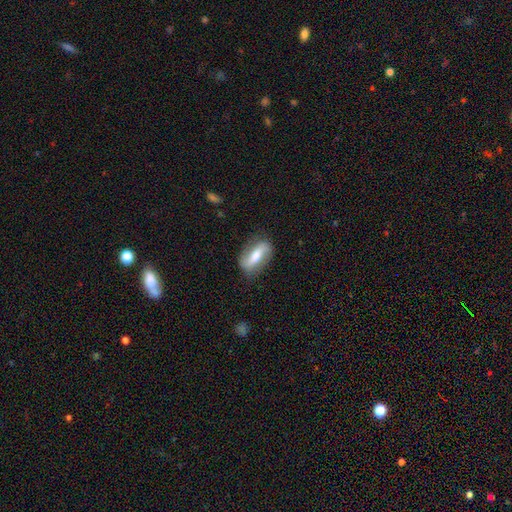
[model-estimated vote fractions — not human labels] featured or disk 57%, smooth 37%, star or artifact 6%. Down the decision tree: edge-on disk — no (82%); merging — none (79%).